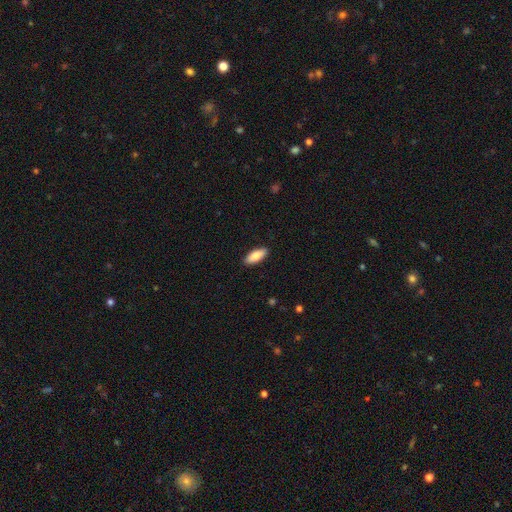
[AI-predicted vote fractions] Smooth or featured? Predicted: smooth (p=0.84). How rounded? Predicted: in between (p=0.74). Merging? Predicted: none (p=0.89).